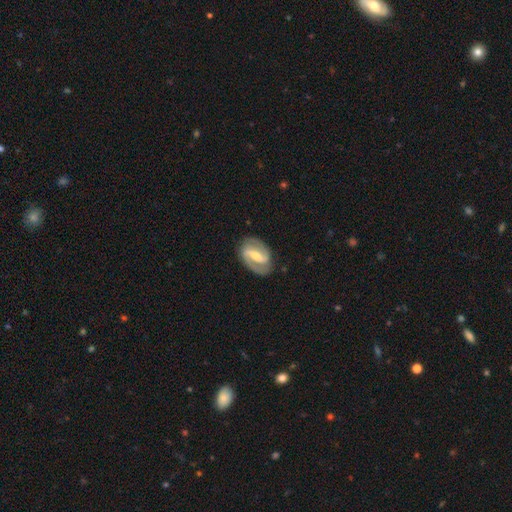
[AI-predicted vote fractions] Smooth or featured?
  - featured or disk: 86% *
  - smooth: 10%
  - star or artifact: 4%
Edge-on disk?
  - no: 97% *
  - yes: 3%
Bar?
  - strong: 58% *
  - weak: 32%
  - no: 10%
Spiral arms?
  - yes: 93% *
  - no: 7%
Spiral winding?
  - medium: 48% *
  - tight: 33%
  - loose: 19%
Spiral arm count?
  - 2: 90% *
  - can't tell: 4%
  - 1: 3%
  - 3: 1%
  - 4: 1%
  - more than 4: 1%
Bulge size?
  - moderate: 54% *
  - small: 39%
  - large: 4%
  - none: 2%
  - dominant: 1%
Merging?
  - none: 84% *
  - minor disturbance: 11%
  - major disturbance: 4%
  - merger: 1%